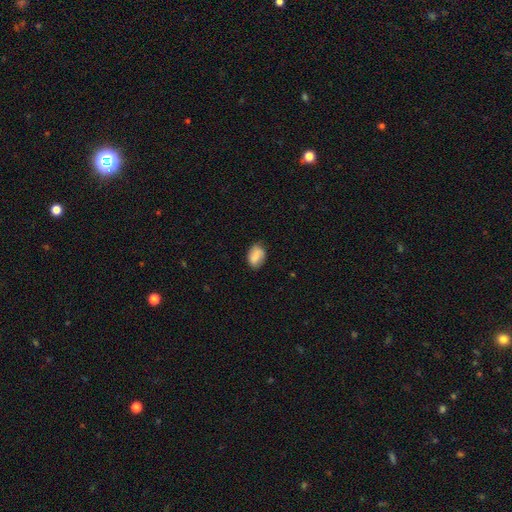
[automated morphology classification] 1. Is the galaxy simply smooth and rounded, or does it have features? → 82% smooth, 11% featured or disk, 8% star or artifact.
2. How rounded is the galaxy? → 80% in between, 18% round, 2% cigar-shaped.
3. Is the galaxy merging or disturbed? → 74% none, 20% minor disturbance, 4% major disturbance, 1% merger.